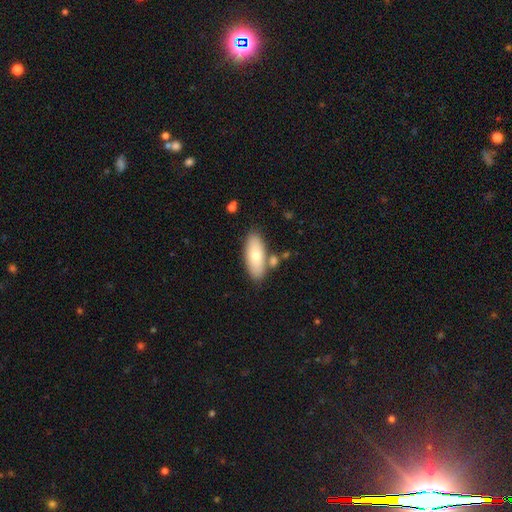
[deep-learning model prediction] Smooth or featured?
  - smooth: 72% *
  - featured or disk: 22%
  - star or artifact: 6%
How rounded?
  - in between: 82% *
  - cigar-shaped: 15%
  - round: 3%
Merging?
  - none: 75% *
  - minor disturbance: 12%
  - merger: 11%
  - major disturbance: 3%